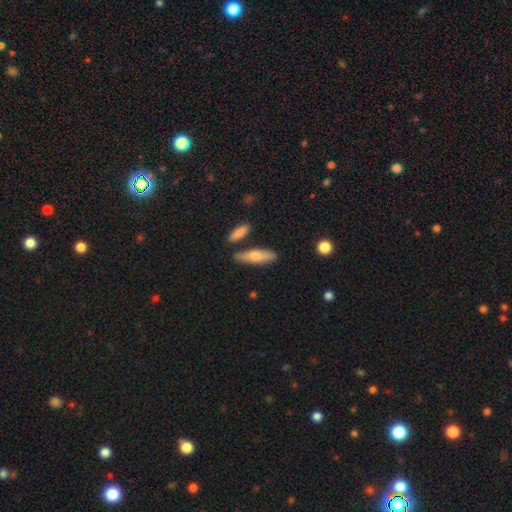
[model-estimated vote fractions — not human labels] Smooth or featured? Predicted: smooth (p=0.67). How rounded? Predicted: cigar-shaped (p=0.66). Merging? Predicted: none (p=0.81).